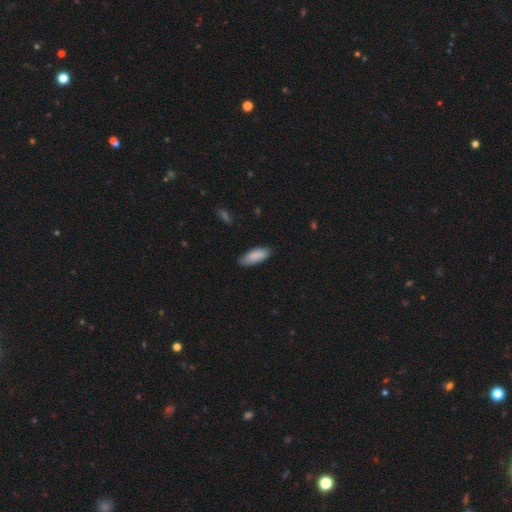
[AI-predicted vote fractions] Smooth or featured? smooth (87%)
How rounded? in between (79%)
Merging? none (79%)